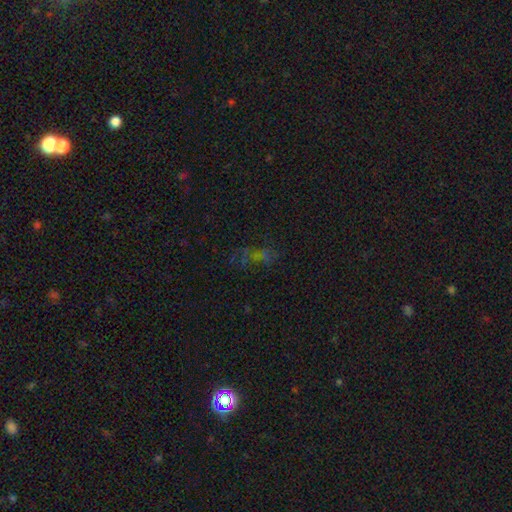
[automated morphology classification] Smooth or featured? star or artifact (42%)